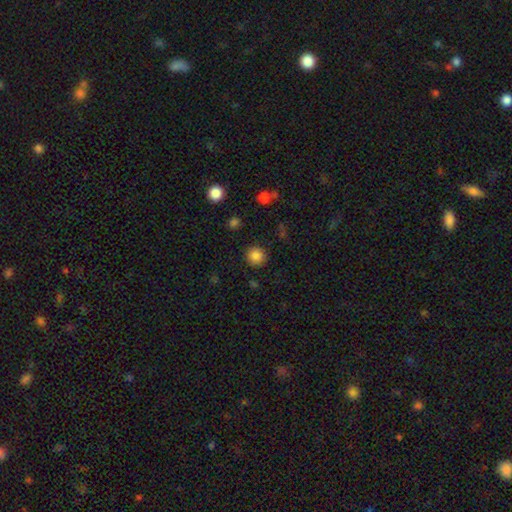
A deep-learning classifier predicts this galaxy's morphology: Smooth or featured? Predicted: smooth (p=0.85). How rounded? Predicted: round (p=0.93). Merging? Predicted: none (p=0.90).